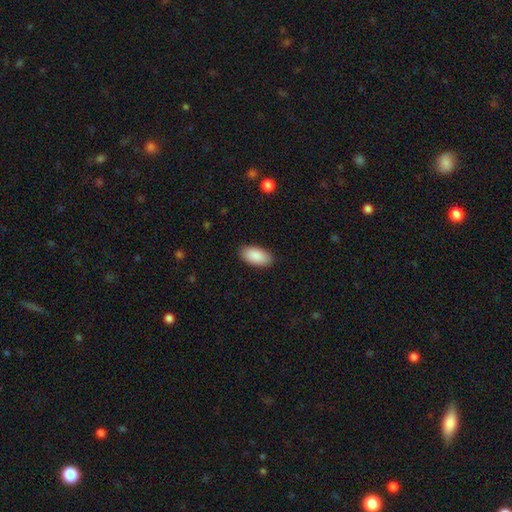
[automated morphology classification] Smooth or featured? smooth (91%)
How rounded? in between (95%)
Merging? none (89%)